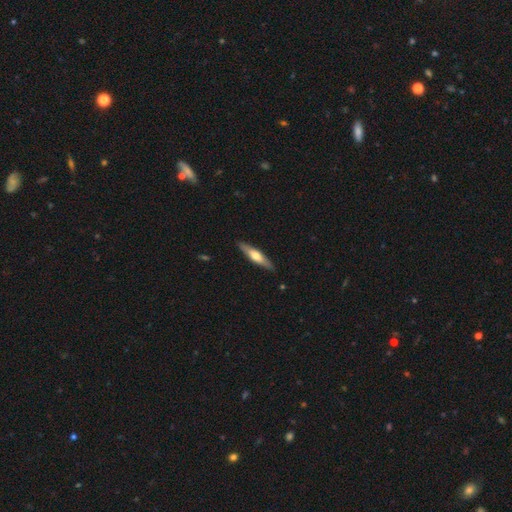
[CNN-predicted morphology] Overall: featured or disk (53%; smooth 42%). Edge-on disk: yes (91%). Merging: none (89%).